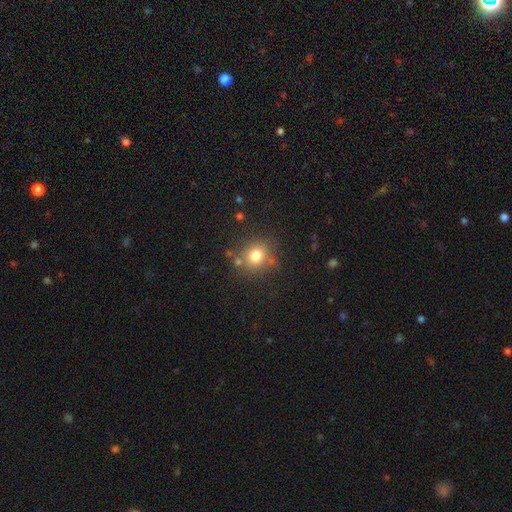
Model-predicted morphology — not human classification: Smooth or featured? smooth (77%)
How rounded? round (80%)
Merging? none (77%)